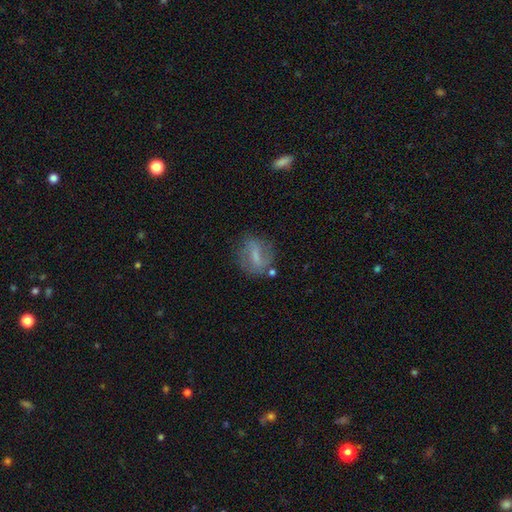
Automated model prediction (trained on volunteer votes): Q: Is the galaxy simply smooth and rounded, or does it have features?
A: featured or disk — 49%.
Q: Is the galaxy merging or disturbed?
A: none — 65%.